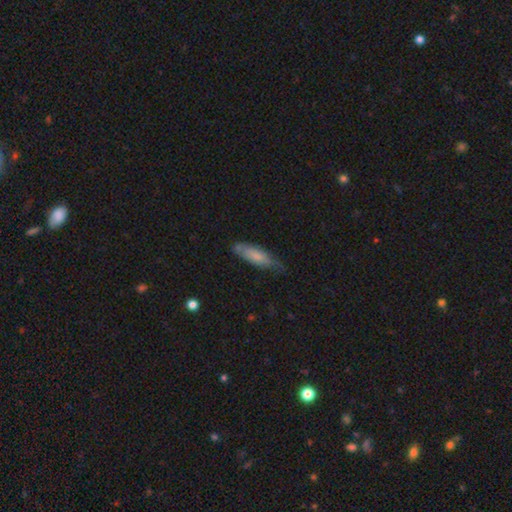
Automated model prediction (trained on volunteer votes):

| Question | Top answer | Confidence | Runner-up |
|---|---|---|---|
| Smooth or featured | smooth | 69% | featured or disk (25%) |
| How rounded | cigar-shaped | 51% | in between (48%) |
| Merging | none | 60% | minor disturbance (31%) |